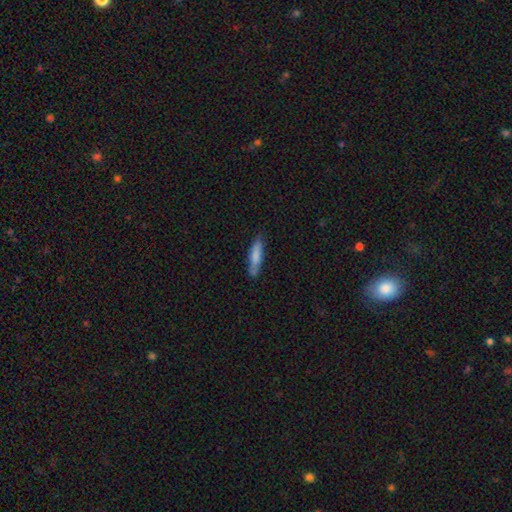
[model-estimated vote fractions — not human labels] Smooth or featured? smooth (77%)
How rounded? cigar-shaped (78%)
Merging? none (78%)